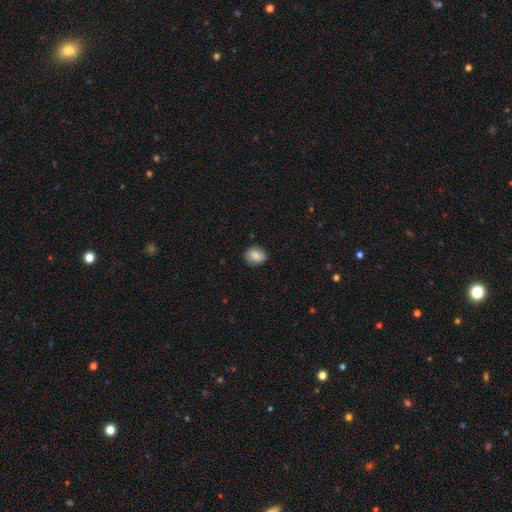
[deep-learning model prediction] Smooth or featured? Predicted: smooth (p=0.82). How rounded? Predicted: round (p=0.66). Merging? Predicted: none (p=0.85).